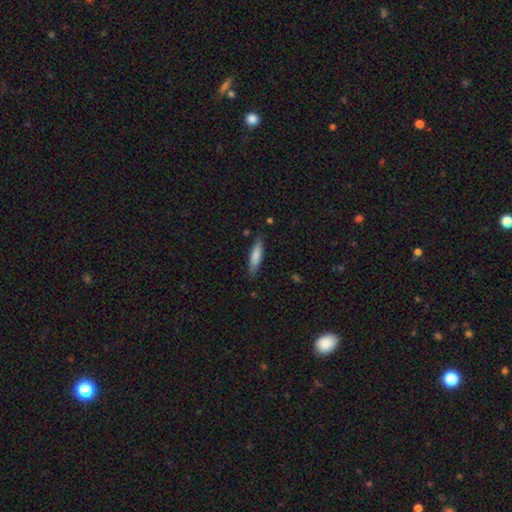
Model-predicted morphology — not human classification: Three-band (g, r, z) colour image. It shows a smooth galaxy with no disk features (78%) that is cigar-shaped (74%). Merging: none (84%).